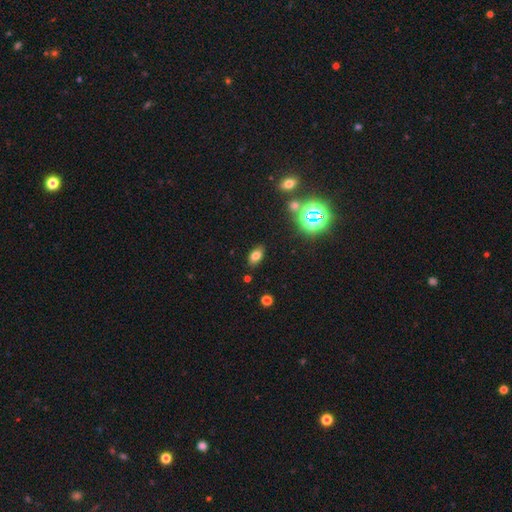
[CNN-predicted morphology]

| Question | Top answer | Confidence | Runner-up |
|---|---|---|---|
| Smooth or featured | smooth | 71% | star or artifact (18%) |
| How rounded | in between | 87% | round (8%) |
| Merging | none | 84% | minor disturbance (11%) |